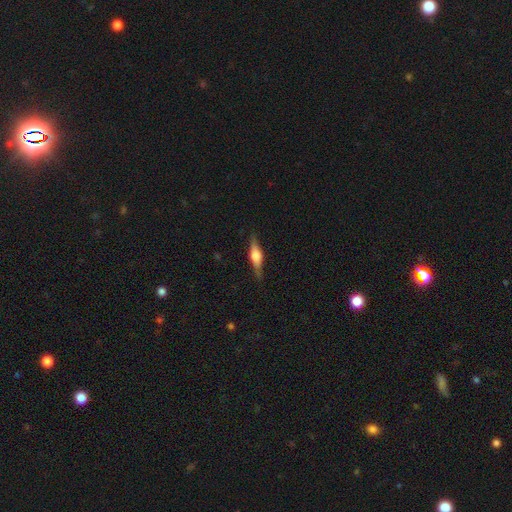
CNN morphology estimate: Smooth or featured: featured or disk — 65% (smooth — 28%)
Edge-on disk: yes — 96% (no — 4%)
Edge-on bulge: rounded — 81% (boxy — 16%)
Merging: none — 84% (minor disturbance — 12%)